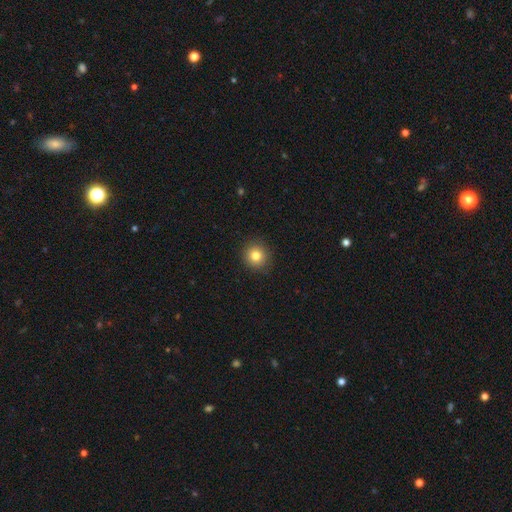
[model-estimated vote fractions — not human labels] smooth-or-featured: smooth: 81% | star or artifact: 11% | featured or disk: 8%
  how-rounded: round: 94% | in between: 6% | cigar-shaped: 1%
  merging: none: 91% | minor disturbance: 6% | major disturbance: 2% | merger: 1%